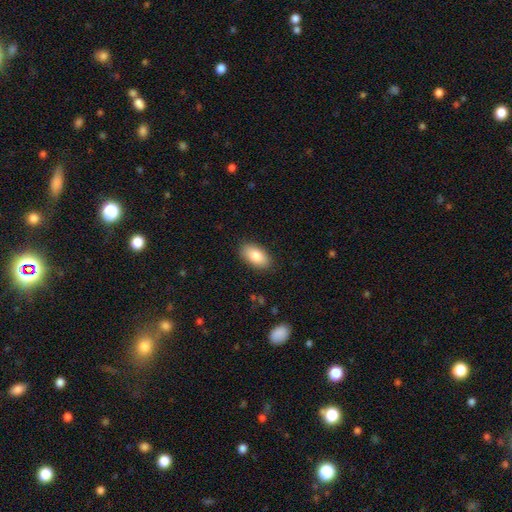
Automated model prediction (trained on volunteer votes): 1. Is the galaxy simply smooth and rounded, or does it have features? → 84% smooth, 10% featured or disk, 7% star or artifact.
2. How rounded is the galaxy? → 93% in between, 4% round, 3% cigar-shaped.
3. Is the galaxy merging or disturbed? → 88% none, 9% minor disturbance, 2% major disturbance, 1% merger.